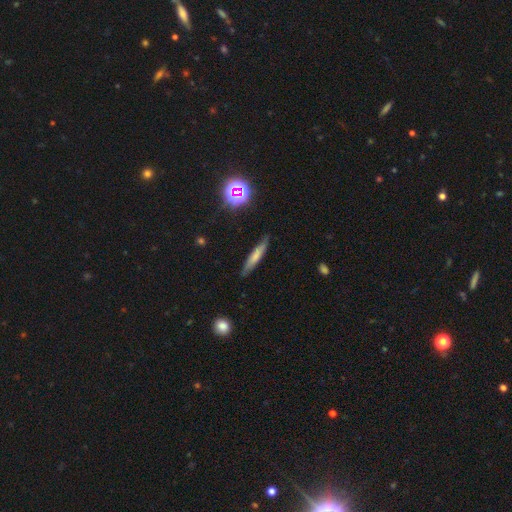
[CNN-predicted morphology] This is likely a smooth galaxy (63%). How rounded: clearly cigar-shaped (89%). Merging: clearly none (84%).